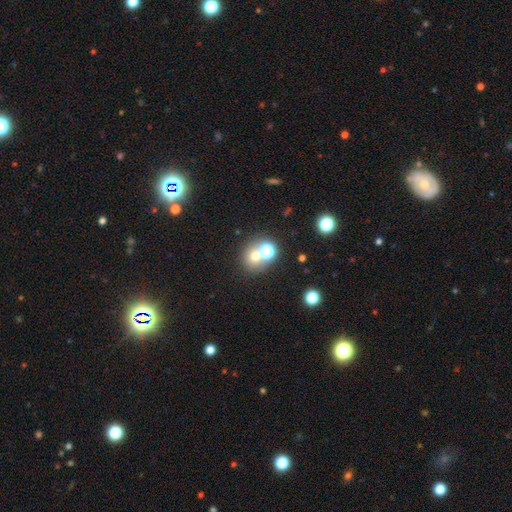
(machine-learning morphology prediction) smooth_or_featured: smooth (p=0.64) [alt: star or artifact p=0.22]
how_rounded: round (p=0.80) [alt: in between p=0.19]
merging: none (p=0.52) [alt: merger p=0.36]